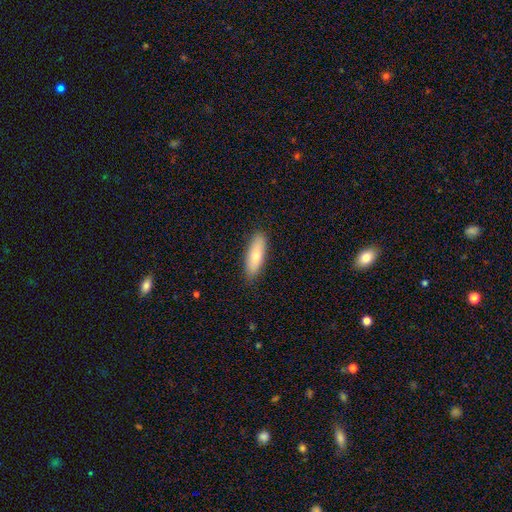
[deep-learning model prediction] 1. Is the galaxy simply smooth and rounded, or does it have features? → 75% smooth, 19% featured or disk, 6% star or artifact.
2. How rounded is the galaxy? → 56% in between, 42% cigar-shaped, 2% round.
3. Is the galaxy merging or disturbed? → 87% none, 10% minor disturbance, 2% major disturbance, 1% merger.